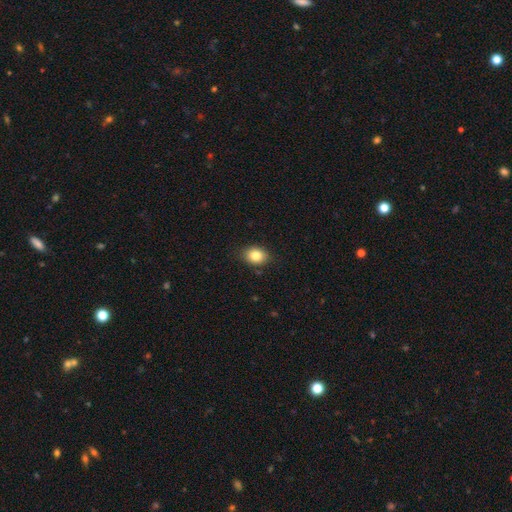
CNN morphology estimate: Smooth or featured? Predicted: smooth (p=0.83). How rounded? Predicted: in between (p=0.58). Merging? Predicted: none (p=0.86).